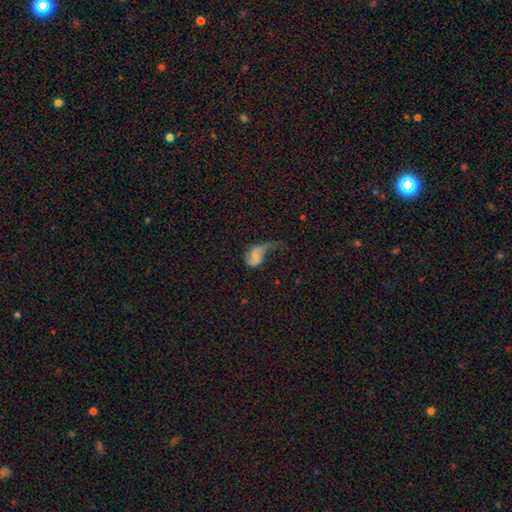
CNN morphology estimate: Q: Smooth or featured?
A: featured or disk (51%); runner-up: smooth (39%)
Q: Edge-on disk?
A: no (97%); runner-up: yes (3%)
Q: Merging?
A: major disturbance (59%); runner-up: minor disturbance (19%)